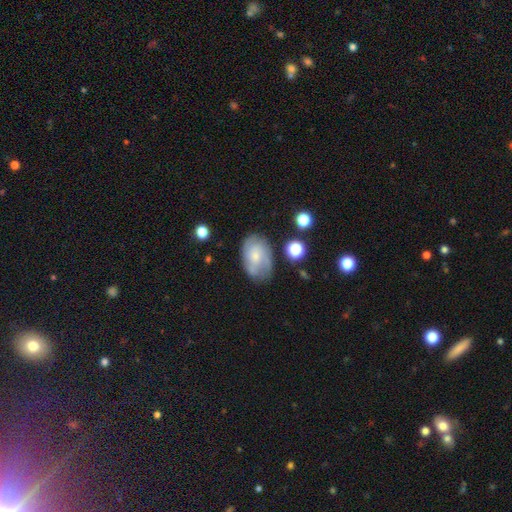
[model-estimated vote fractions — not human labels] smooth_or_featured: smooth (p=0.47) [alt: featured or disk p=0.45]
merging: none (p=0.60) [alt: minor disturbance p=0.26]